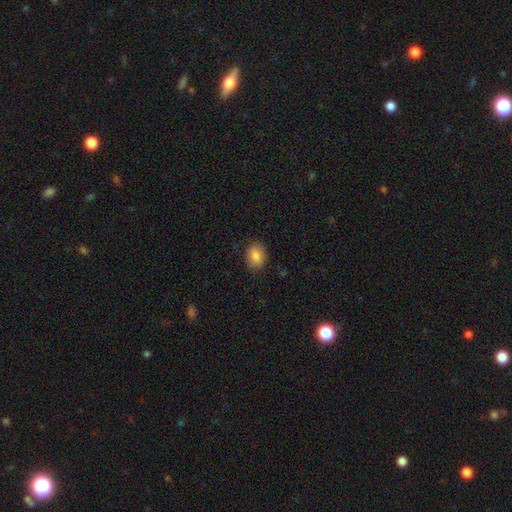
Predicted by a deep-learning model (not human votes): Smooth or featured? Predicted: smooth (p=0.86). How rounded? Predicted: in between (p=0.71). Merging? Predicted: none (p=0.84).